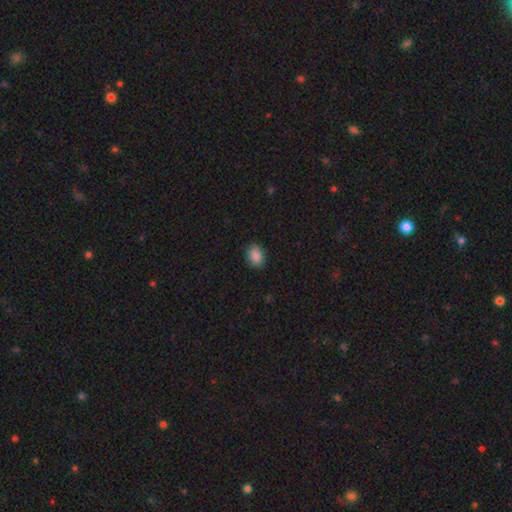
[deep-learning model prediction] Smooth or featured?
  - smooth: 87% *
  - star or artifact: 9%
  - featured or disk: 4%
How rounded?
  - in between: 65% *
  - round: 34%
  - cigar-shaped: 1%
Merging?
  - none: 87% *
  - minor disturbance: 10%
  - major disturbance: 2%
  - merger: 1%